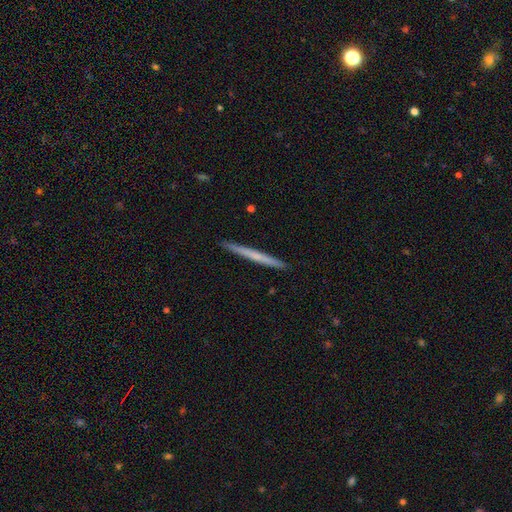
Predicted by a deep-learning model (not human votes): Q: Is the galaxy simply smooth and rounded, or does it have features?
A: smooth — 53%.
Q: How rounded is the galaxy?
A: cigar-shaped — 97%.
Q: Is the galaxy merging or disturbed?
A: none — 93%.